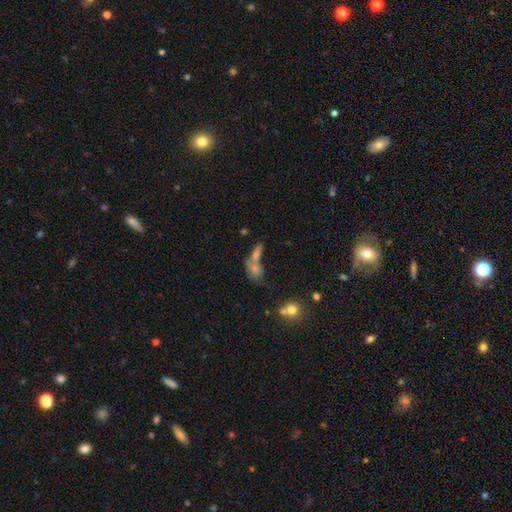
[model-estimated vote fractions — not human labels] smooth 49%, star or artifact 25%, featured or disk 25%. Down the decision tree: merging — merger (48%).